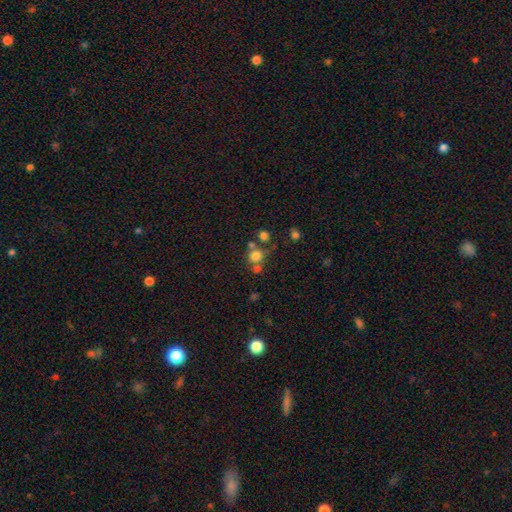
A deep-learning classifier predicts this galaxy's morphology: smooth-or-featured: smooth: 73% | star or artifact: 17% | featured or disk: 10%
  how-rounded: round: 88% | in between: 11% | cigar-shaped: 1%
  merging: none: 58% | merger: 29% | minor disturbance: 9% | major disturbance: 5%